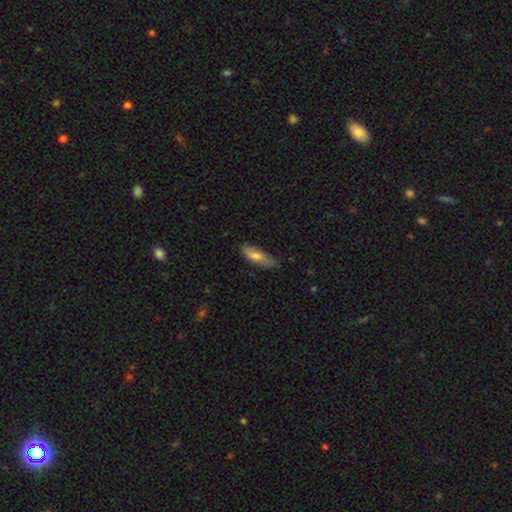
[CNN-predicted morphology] Overall: smooth (71%). How rounded: in between (62%; cigar-shaped 35%). Merging: none (66%; minor disturbance 28%).